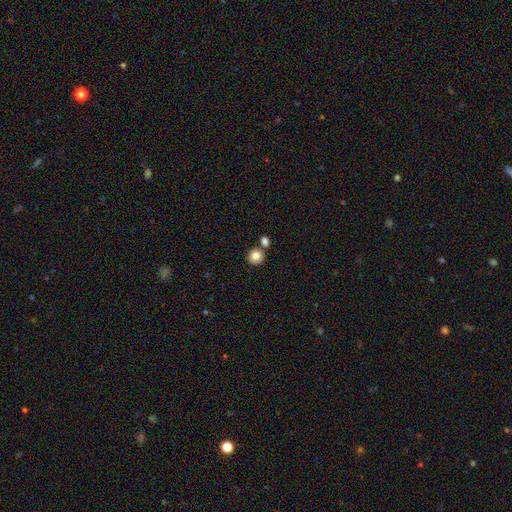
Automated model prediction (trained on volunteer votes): Morphology: type=smooth (83%); roundness=round (92%); merging=none (73%).